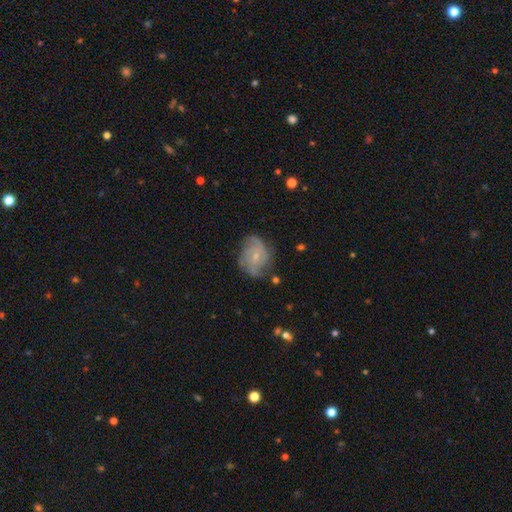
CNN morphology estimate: This is likely a featured or disk galaxy (77%). It is clearly not viewed edge-on (98%). Bar: likely no (60%). Spiral arm pattern: clearly yes (93%). Spiral arm count: marginally can't tell (27%, tied with 3). Spiral winding: marginally tight (44%). Central bulge: likely small (74%). Merging: likely none (68%).